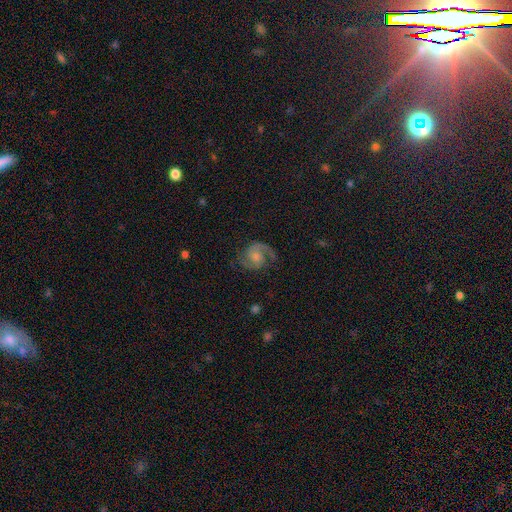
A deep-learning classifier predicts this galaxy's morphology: smooth_or_featured: featured or disk (p=0.87) [alt: smooth p=0.07]
disk_edge_on: no (p=0.98) [alt: yes p=0.02]
bar: no (p=0.64) [alt: weak p=0.31]
has_spiral_arms: yes (p=0.98) [alt: no p=0.02]
spiral_winding: medium (p=0.56) [alt: tight p=0.26]
spiral_arm_count: 2 (p=0.89) [alt: 1 p=0.05]
bulge_size: moderate (p=0.41) [alt: small p=0.32]
merging: none (p=0.75) [alt: minor disturbance p=0.16]